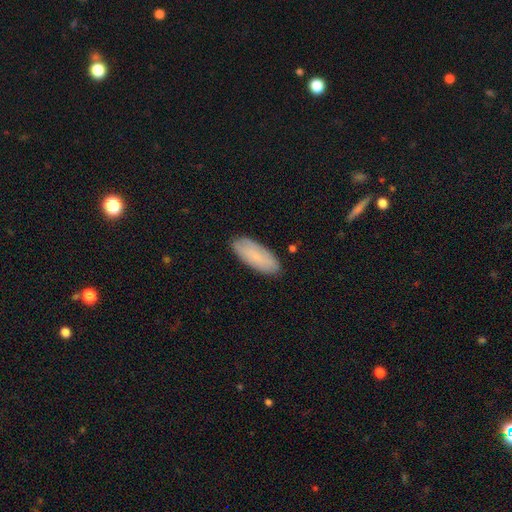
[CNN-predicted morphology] A smooth galaxy with no disk features (76%) that is in between round and cigar-shaped (78%). Merging: none (86%).